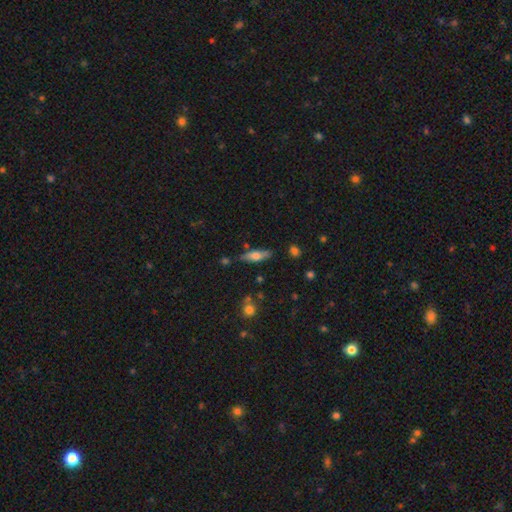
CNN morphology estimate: smooth-or-featured: smooth: 58% | featured or disk: 35% | star or artifact: 7%
  how-rounded: cigar-shaped: 53% | in between: 44% | round: 3%
  merging: none: 75% | minor disturbance: 16% | merger: 4% | major disturbance: 4%